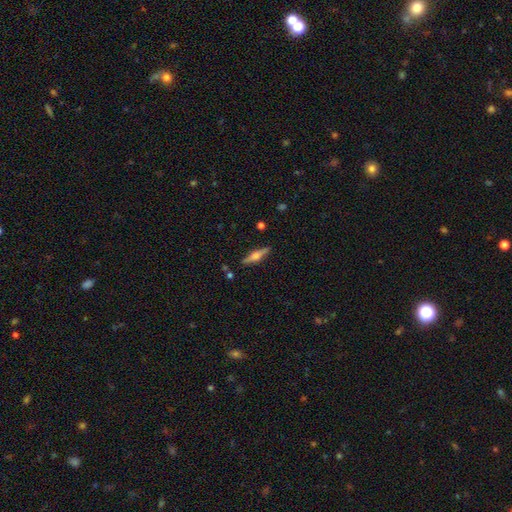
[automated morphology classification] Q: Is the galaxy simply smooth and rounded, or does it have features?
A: featured or disk — 67%.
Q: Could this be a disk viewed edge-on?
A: yes — 97%.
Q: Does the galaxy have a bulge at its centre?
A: rounded — 89%.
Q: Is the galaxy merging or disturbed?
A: none — 87%.